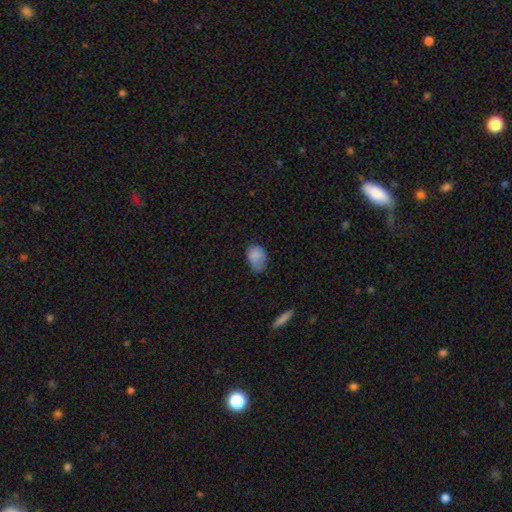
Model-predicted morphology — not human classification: Smooth or featured?
  - smooth: 83% *
  - star or artifact: 9%
  - featured or disk: 8%
How rounded?
  - in between: 82% *
  - round: 17%
  - cigar-shaped: 1%
Merging?
  - none: 43% *
  - minor disturbance: 42%
  - major disturbance: 13%
  - merger: 2%